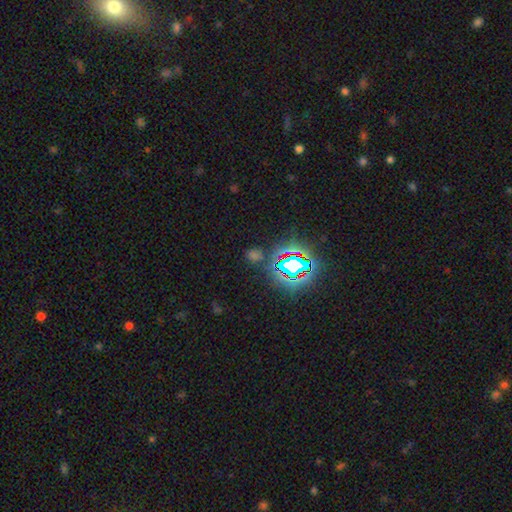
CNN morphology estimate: smooth-or-featured: star or artifact: 68% | smooth: 23% | featured or disk: 8%